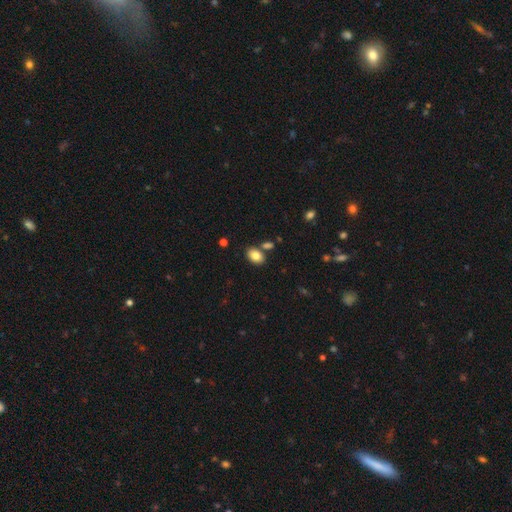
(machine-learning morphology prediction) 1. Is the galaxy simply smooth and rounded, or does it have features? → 84% smooth, 9% star or artifact, 8% featured or disk.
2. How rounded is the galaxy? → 83% in between, 16% round, 1% cigar-shaped.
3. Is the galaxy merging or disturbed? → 75% none, 12% merger, 10% minor disturbance, 3% major disturbance.